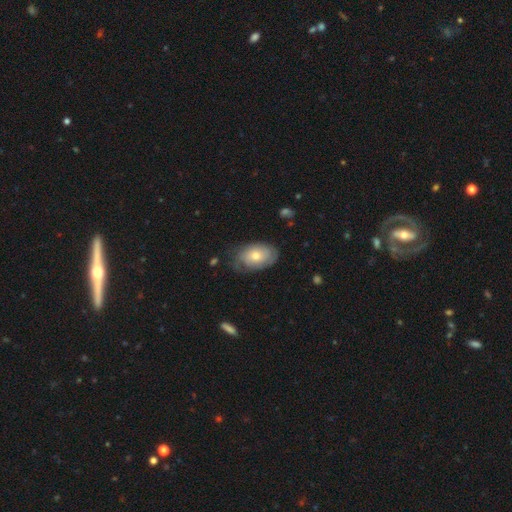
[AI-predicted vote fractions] A smooth galaxy with no disk features (58%) that is in between round and cigar-shaped (89%). Merging: none (66%).